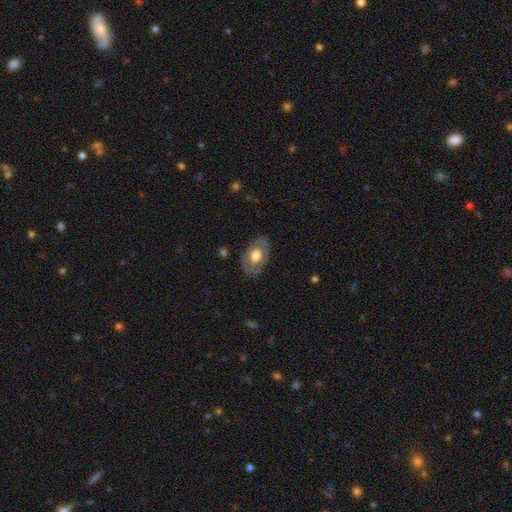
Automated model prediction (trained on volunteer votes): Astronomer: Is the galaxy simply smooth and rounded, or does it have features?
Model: featured or disk — 48% (runner-up: smooth, 46%).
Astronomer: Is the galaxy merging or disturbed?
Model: none — 77%.